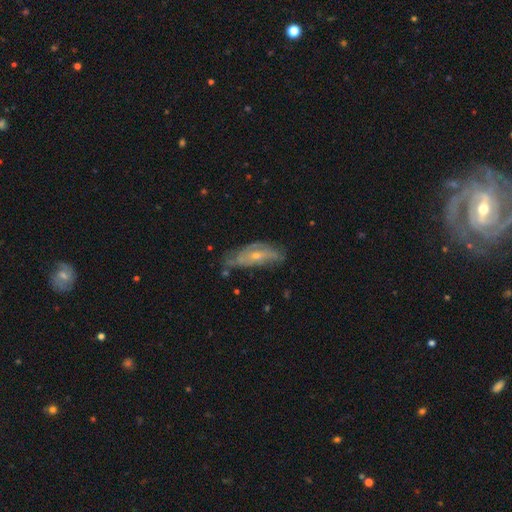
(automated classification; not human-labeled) This appears to be a featured or disk galaxy (61%). Merging: none (46%).